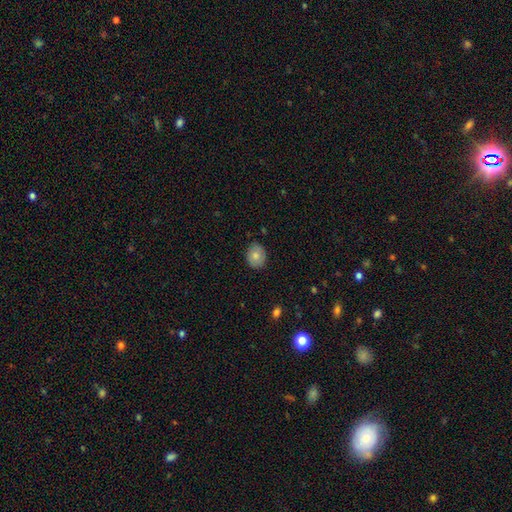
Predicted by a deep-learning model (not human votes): Smooth or featured? Predicted: smooth (p=0.78). How rounded? Predicted: round (p=0.54). Merging? Predicted: none (p=0.86).